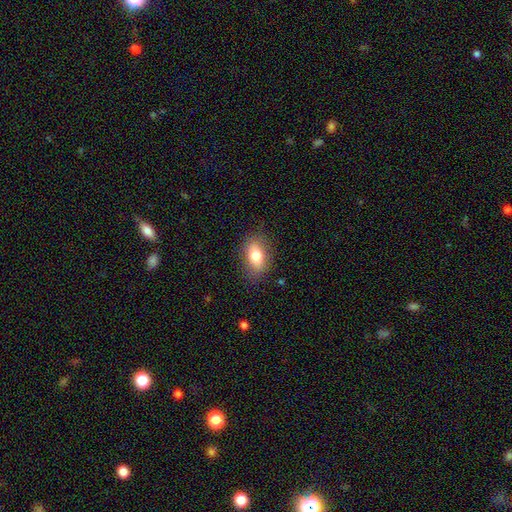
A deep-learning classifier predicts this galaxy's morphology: Smooth or featured: smooth — 77% (featured or disk — 15%)
How rounded: in between — 86% (round — 11%)
Merging: none — 82% (minor disturbance — 13%)